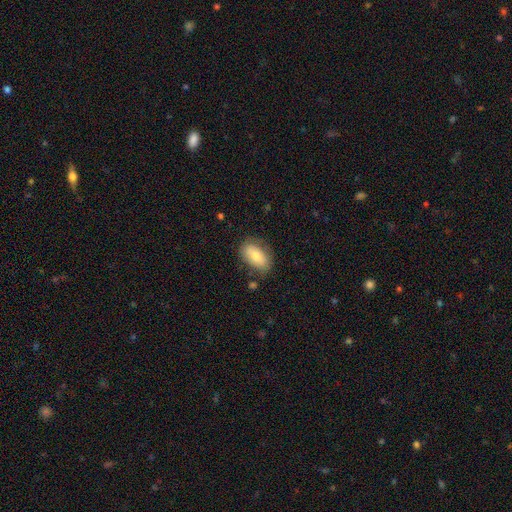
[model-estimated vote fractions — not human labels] This is likely a smooth galaxy (76%). How rounded: clearly in between (91%). Merging: likely none (76%).